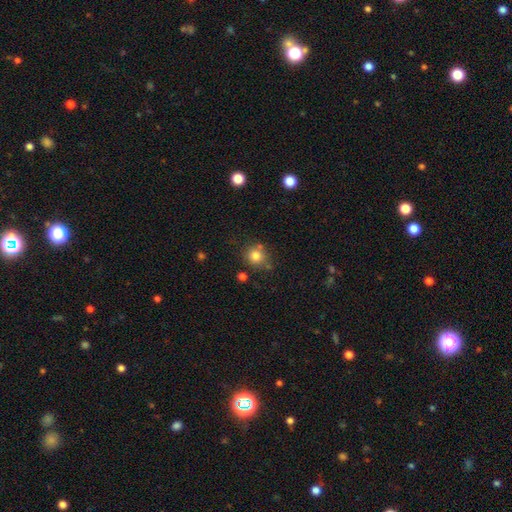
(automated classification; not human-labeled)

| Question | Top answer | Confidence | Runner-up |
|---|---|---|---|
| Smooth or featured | smooth | 80% | star or artifact (12%) |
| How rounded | round | 86% | in between (13%) |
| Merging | none | 72% | minor disturbance (14%) |